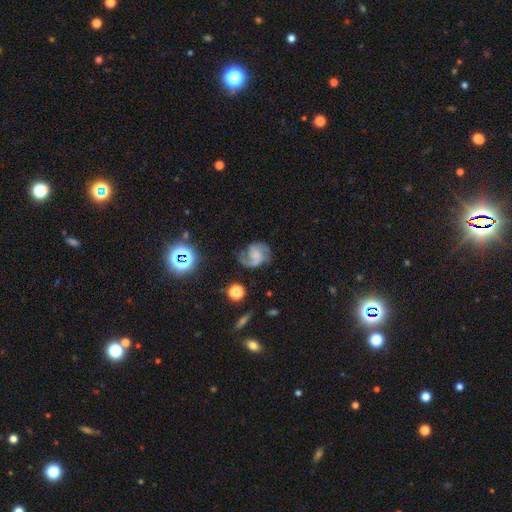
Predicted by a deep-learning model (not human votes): A featured or disk galaxy (77%) with no bar (57%), 2 (76%) medium (51%) spiral arms (94%) and no central bulge (52%). Merging: none (58%).